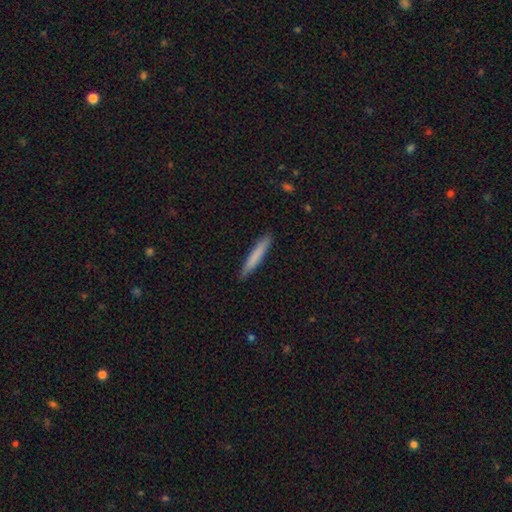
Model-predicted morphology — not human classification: A smooth galaxy with no disk features (75%) that is cigar-shaped (95%).

Vote fractions:
- Smooth or featured? smooth: 75% / featured or disk: 19% / star or artifact: 6%
- How rounded? cigar-shaped: 95% / in between: 3% / round: 1%
- Merging? none: 89% / minor disturbance: 8% / major disturbance: 2% / merger: 1%